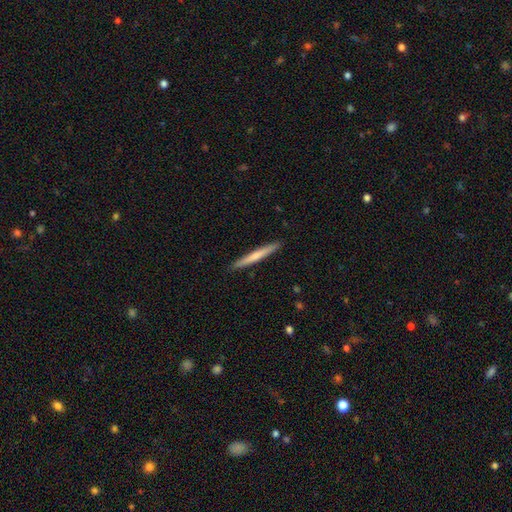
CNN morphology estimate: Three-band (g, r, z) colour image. It shows a smooth galaxy with no disk features (61%) that is cigar-shaped (97%). Merging: none (91%).